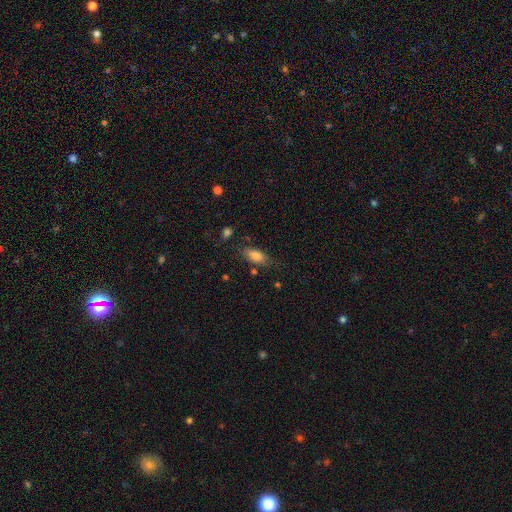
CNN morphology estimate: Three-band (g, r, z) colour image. It shows a smooth galaxy with no disk features (81%) that is in between round and cigar-shaped (84%). Merging: none (70%).